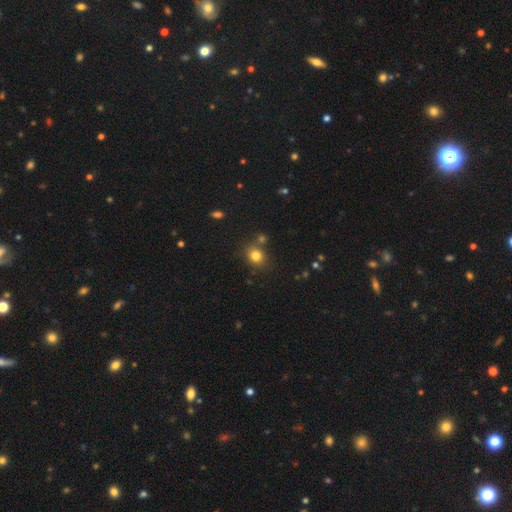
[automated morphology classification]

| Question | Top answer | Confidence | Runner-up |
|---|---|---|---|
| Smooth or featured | smooth | 80% | star or artifact (13%) |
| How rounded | round | 74% | in between (25%) |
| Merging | none | 74% | merger (12%) |